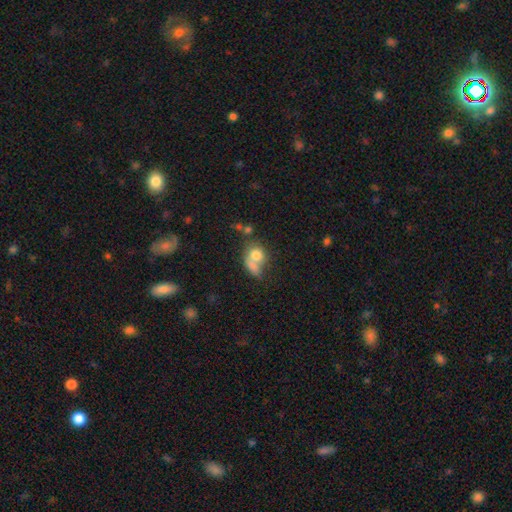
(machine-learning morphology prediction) smooth 74%, featured or disk 16%, star or artifact 10%. Down the decision tree: how rounded — round (55%); merging — merger (52%).